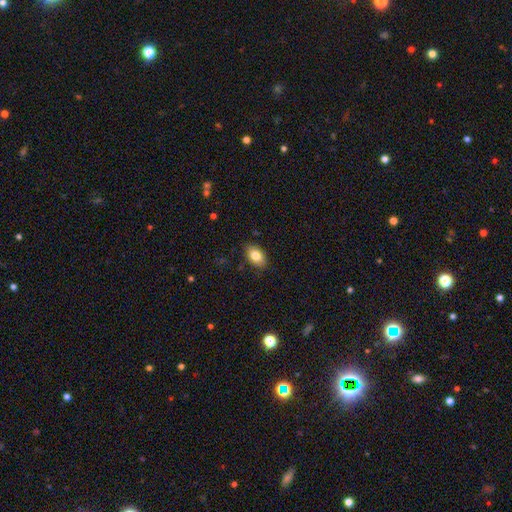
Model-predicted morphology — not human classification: Overall: smooth (82%). How rounded: in between (88%). Merging: none (84%).